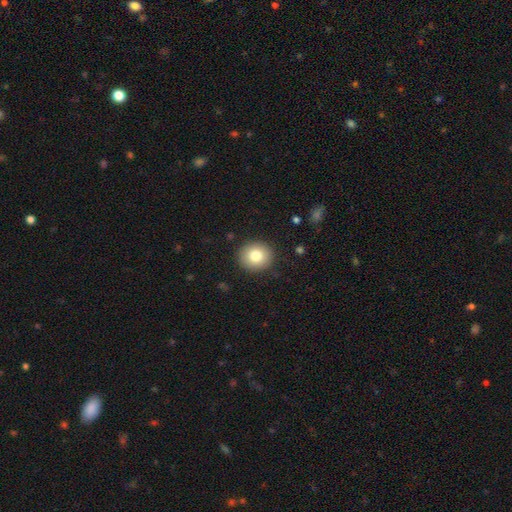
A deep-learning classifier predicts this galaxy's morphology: type=smooth (80%); roundness=round (84%); merging=none (91%).